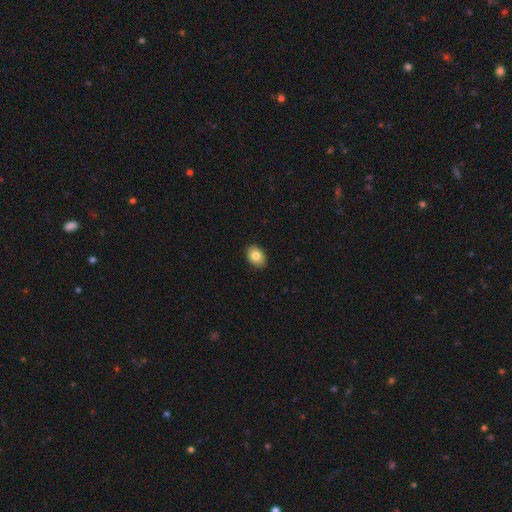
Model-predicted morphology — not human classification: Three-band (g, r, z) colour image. It shows a smooth galaxy with no disk features (83%) that is in between round and cigar-shaped (76%). Merging: none (91%).